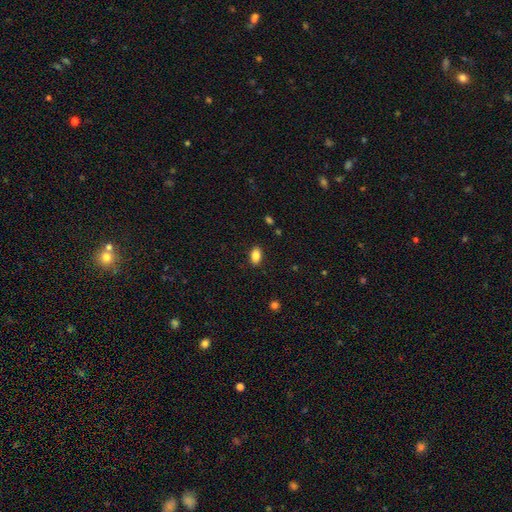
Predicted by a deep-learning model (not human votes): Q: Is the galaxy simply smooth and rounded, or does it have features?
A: smooth — 87%.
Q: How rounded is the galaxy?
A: in between — 89%.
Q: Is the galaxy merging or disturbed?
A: none — 88%.